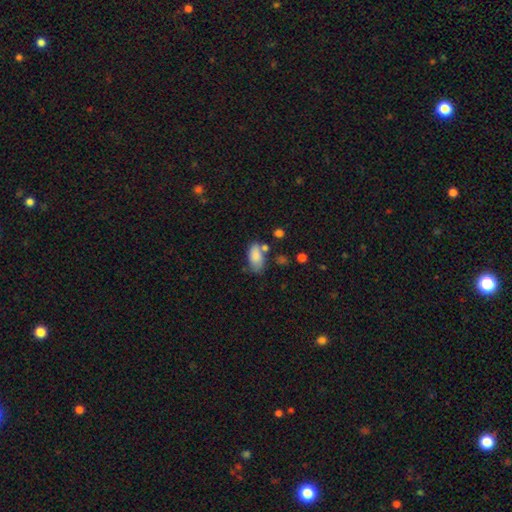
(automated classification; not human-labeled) A smooth galaxy with no disk features (82%) that is in between round and cigar-shaped (92%). Merging: none (55%).